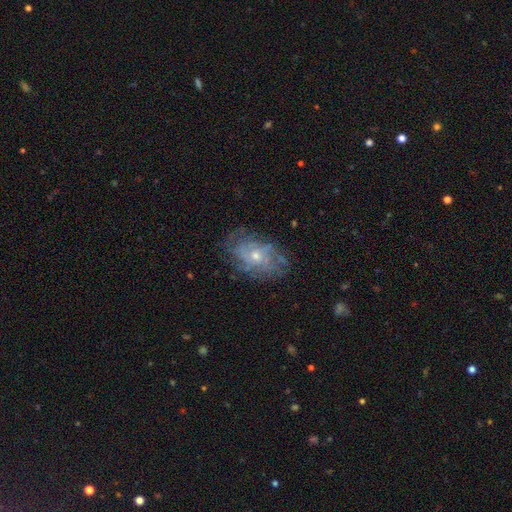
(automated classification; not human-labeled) The model was most divided on "bulge size": small: 56%, moderate: 40%, large: 2%, none: 1%, dominant: 1%. More confident: edge-on disk — no (95%); spiral arms — yes (80%); bar — no (80%); smooth or featured — featured or disk (72%); merging — none (72%); spiral arm count — can't tell (57%); spiral winding — tight (55%).